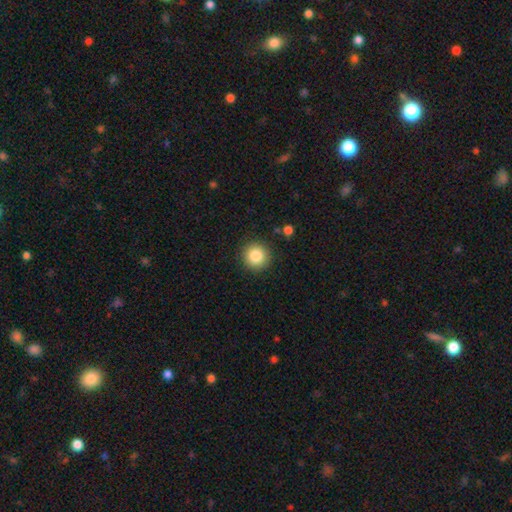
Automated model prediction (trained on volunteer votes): smooth_or_featured: smooth (p=0.85) [alt: star or artifact p=0.09]
how_rounded: round (p=0.95) [alt: in between p=0.04]
merging: none (p=0.90) [alt: minor disturbance p=0.06]